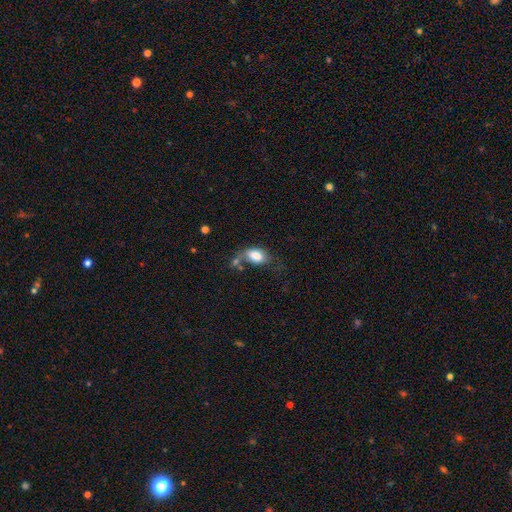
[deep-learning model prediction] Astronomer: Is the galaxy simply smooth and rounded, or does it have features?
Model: smooth — 78%.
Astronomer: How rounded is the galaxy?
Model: in between — 86%.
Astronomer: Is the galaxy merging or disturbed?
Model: none — 29% (runner-up: merger, 25%).